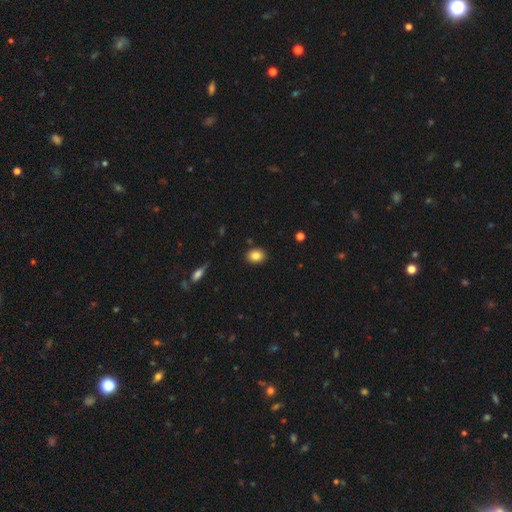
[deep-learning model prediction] A smooth galaxy with no disk features (84%) that is in between round and cigar-shaped (55%). Merging: none (89%).